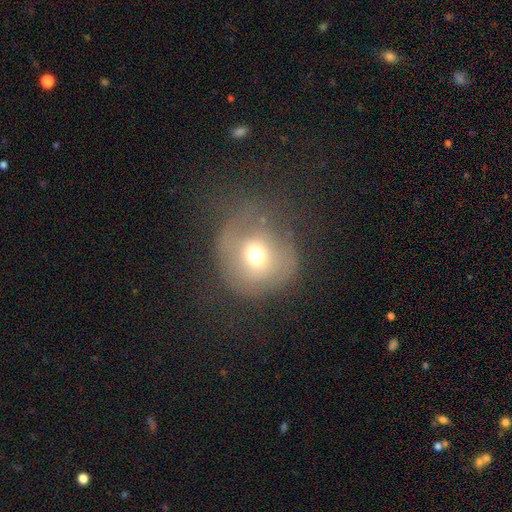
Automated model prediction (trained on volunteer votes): Smooth or featured: smooth — 59% (featured or disk — 27%)
How rounded: round — 87% (in between — 12%)
Merging: none — 41% (major disturbance — 36%)